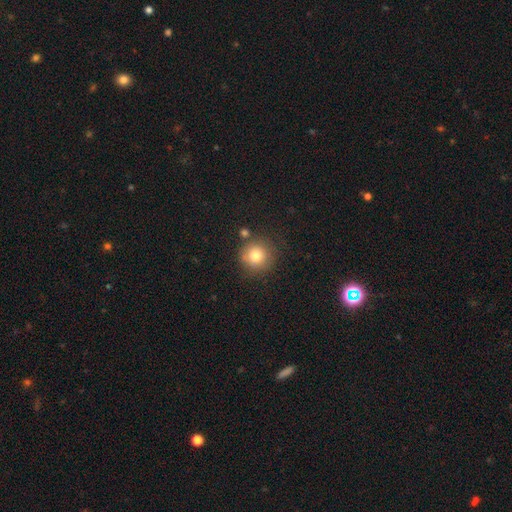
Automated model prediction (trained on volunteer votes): Smooth or featured: smooth — 80% (star or artifact — 10%)
How rounded: round — 93% (in between — 6%)
Merging: none — 79% (minor disturbance — 11%)